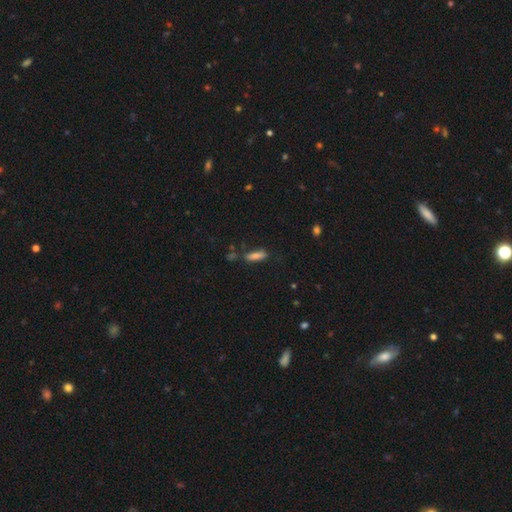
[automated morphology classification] type=smooth (76%); roundness=cigar-shaped (57%); merging=none (68%).